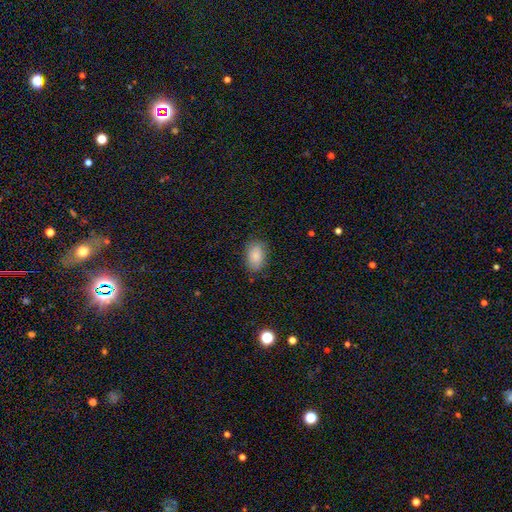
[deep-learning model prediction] Smooth or featured: smooth — 85% (star or artifact — 7%)
How rounded: in between — 90% (round — 9%)
Merging: none — 80% (minor disturbance — 15%)